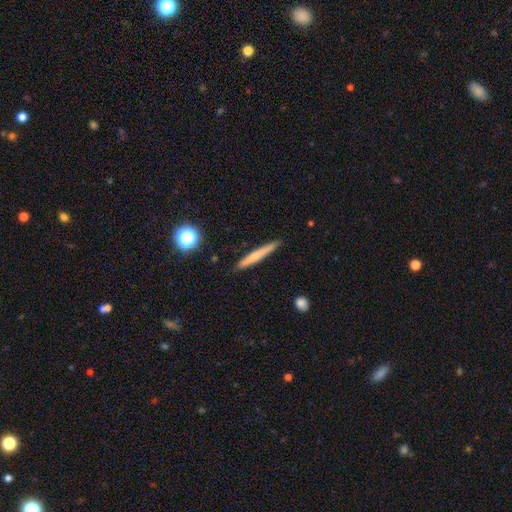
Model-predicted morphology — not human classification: Q: Smooth or featured?
A: smooth (61%); runner-up: featured or disk (32%)
Q: How rounded?
A: cigar-shaped (95%); runner-up: in between (3%)
Q: Merging?
A: none (88%); runner-up: minor disturbance (9%)